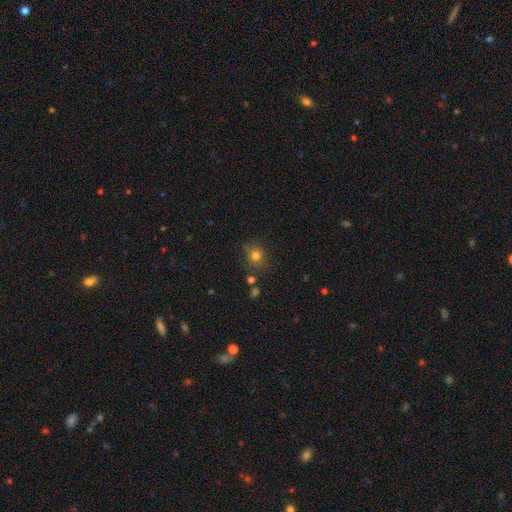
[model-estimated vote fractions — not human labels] Q: Smooth or featured?
A: smooth (76%); runner-up: star or artifact (15%)
Q: How rounded?
A: round (79%); runner-up: in between (20%)
Q: Merging?
A: none (76%); runner-up: minor disturbance (15%)